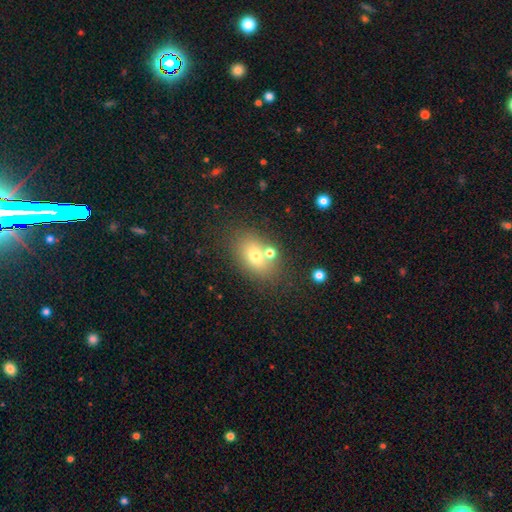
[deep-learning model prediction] The model was most divided on "merging": none: 67%, merger: 16%, minor disturbance: 12%, major disturbance: 5%. More confident: how rounded — in between (75%); smooth or featured — smooth (69%).